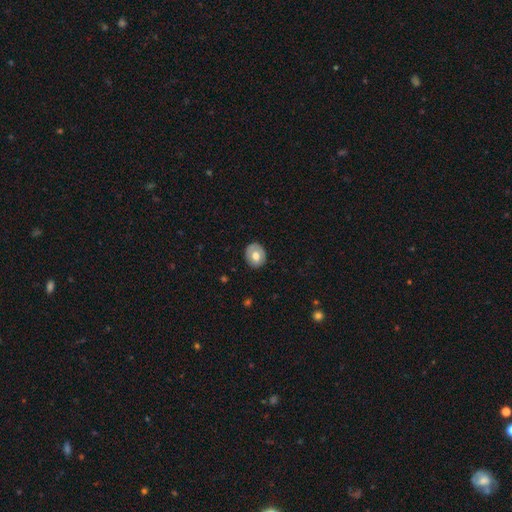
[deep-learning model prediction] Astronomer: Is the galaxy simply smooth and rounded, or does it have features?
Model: smooth — 65%.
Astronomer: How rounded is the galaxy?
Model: round — 67%.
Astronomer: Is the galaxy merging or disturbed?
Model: none — 84%.